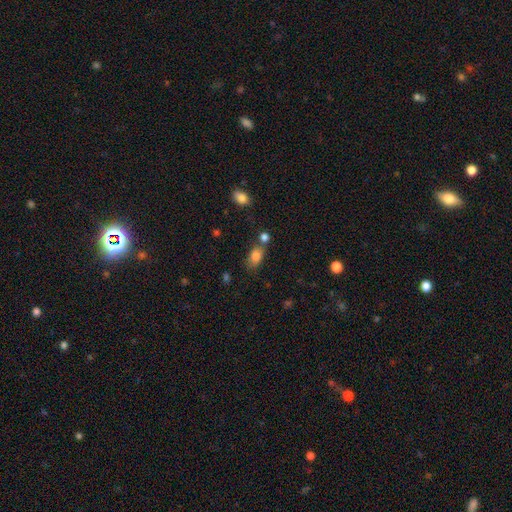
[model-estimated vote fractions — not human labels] Smooth or featured? smooth (82%)
How rounded? in between (85%)
Merging? none (54%)